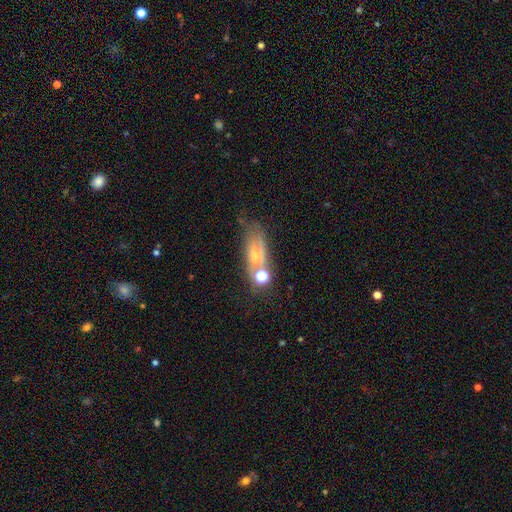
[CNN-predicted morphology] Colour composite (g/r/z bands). It shows a featured or disk galaxy (46%). Merging: none (45%).